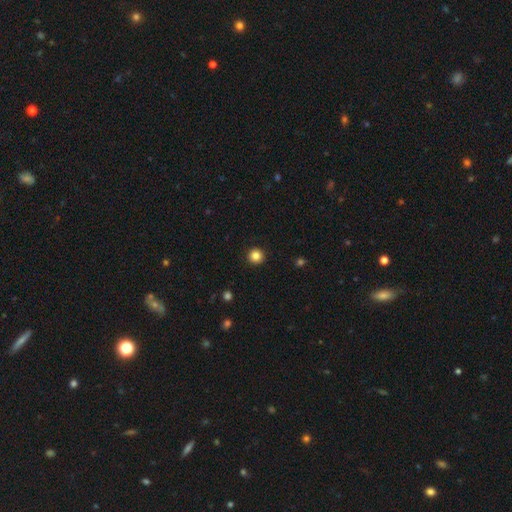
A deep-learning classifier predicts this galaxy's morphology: Smooth or featured? Predicted: smooth (p=0.85). How rounded? Predicted: round (p=0.95). Merging? Predicted: none (p=0.93).